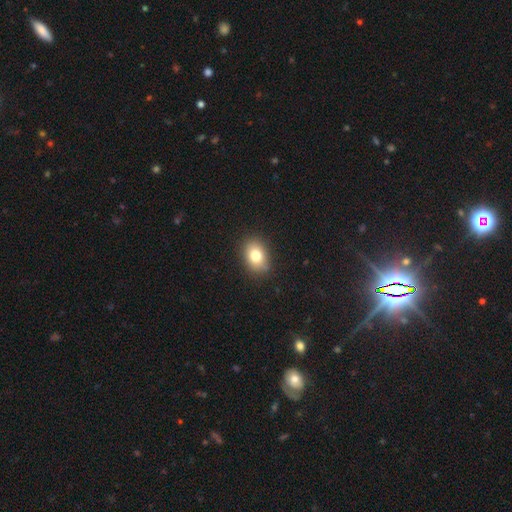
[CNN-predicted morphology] A smooth galaxy with no disk features (80%) that is in between round and cigar-shaped (72%).

Vote fractions:
- Smooth or featured? smooth: 80% / featured or disk: 11% / star or artifact: 10%
- How rounded? in between: 72% / round: 27% / cigar-shaped: 1%
- Merging? none: 86% / minor disturbance: 10% / major disturbance: 2% / merger: 1%